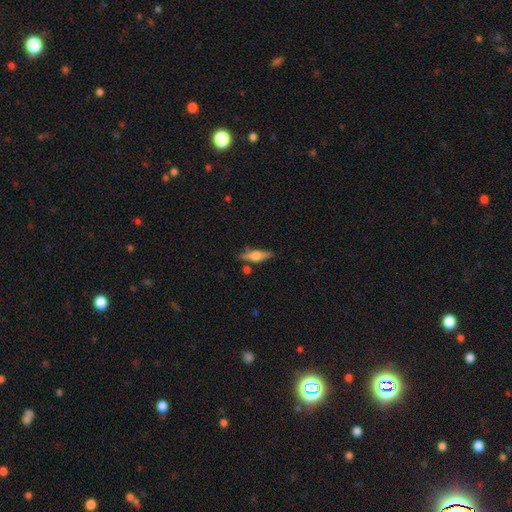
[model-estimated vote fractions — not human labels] Smooth or featured: featured or disk — 50% (smooth — 43%)
Merging: none — 77% (minor disturbance — 14%)